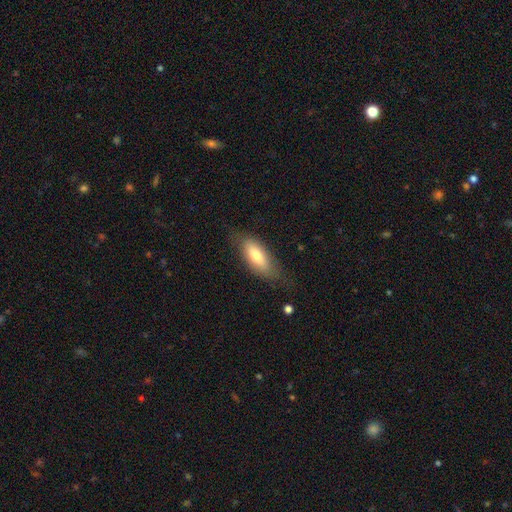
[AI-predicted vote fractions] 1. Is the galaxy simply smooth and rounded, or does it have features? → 72% smooth, 21% featured or disk, 6% star or artifact.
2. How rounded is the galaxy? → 79% in between, 19% cigar-shaped, 2% round.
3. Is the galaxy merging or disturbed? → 72% none, 20% minor disturbance, 7% major disturbance, 1% merger.